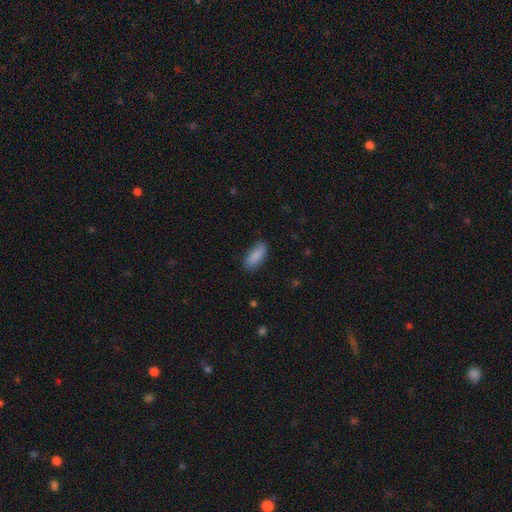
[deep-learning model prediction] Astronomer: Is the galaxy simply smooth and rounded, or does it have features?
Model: smooth — 89%.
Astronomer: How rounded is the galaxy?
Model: in between — 80%.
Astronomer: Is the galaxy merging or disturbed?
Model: none — 83%.